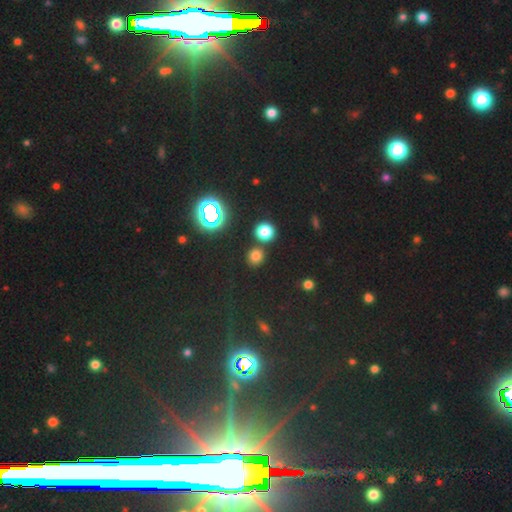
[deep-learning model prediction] The model was most divided on "smooth or featured": smooth: 70%, star or artifact: 24%, featured or disk: 6%. More confident: how rounded — round (85%); merging — none (78%).